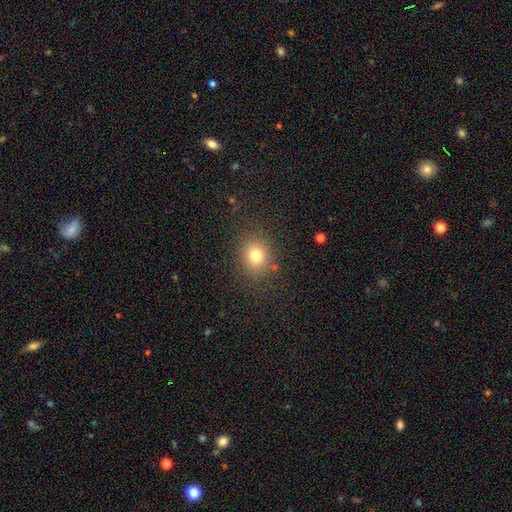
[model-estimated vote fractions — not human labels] This is likely a smooth galaxy (77%). How rounded: likely round (71%). Merging: clearly none (84%).